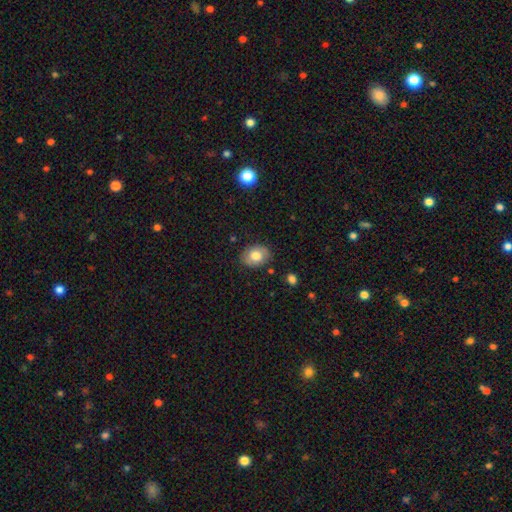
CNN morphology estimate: smooth 76%, featured or disk 16%, star or artifact 8%. Down the decision tree: how rounded — in between (64%); merging — none (85%).